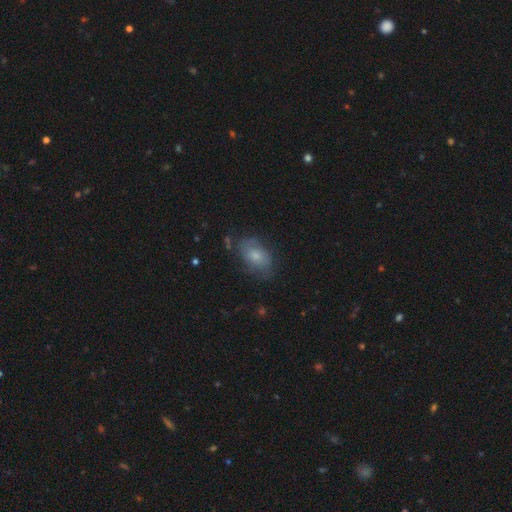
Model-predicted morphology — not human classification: Smooth or featured? Predicted: smooth (p=0.57). How rounded? Predicted: in between (p=0.86). Merging? Predicted: none (p=0.61).